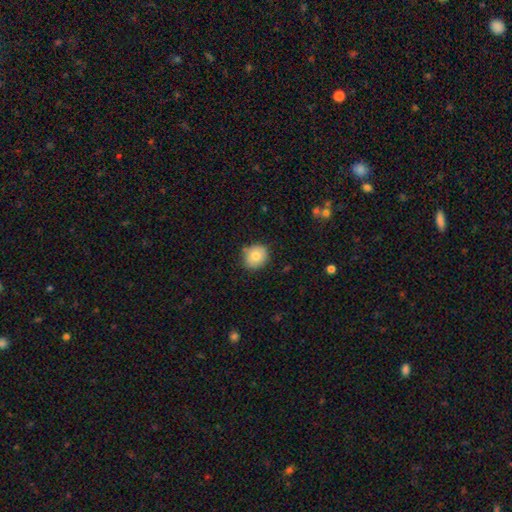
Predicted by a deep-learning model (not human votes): Smooth or featured? Predicted: smooth (p=0.79). How rounded? Predicted: round (p=0.79). Merging? Predicted: none (p=0.81).